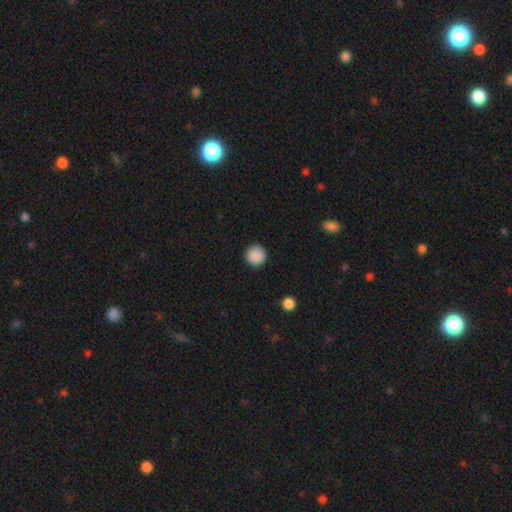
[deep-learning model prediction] Smooth or featured?
  - smooth: 89% *
  - star or artifact: 9%
  - featured or disk: 2%
How rounded?
  - round: 96% *
  - in between: 4%
  - cigar-shaped: 1%
Merging?
  - none: 92% *
  - minor disturbance: 5%
  - major disturbance: 2%
  - merger: 1%